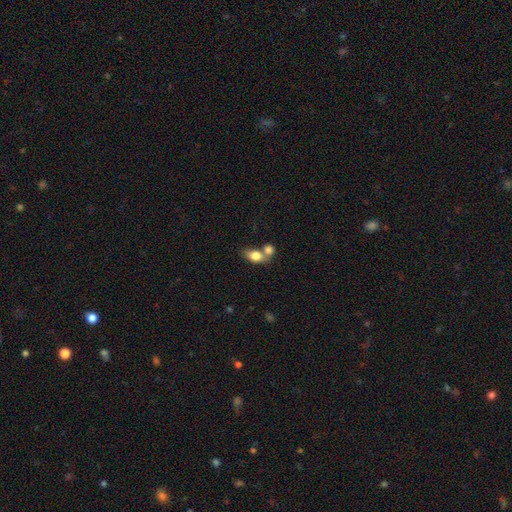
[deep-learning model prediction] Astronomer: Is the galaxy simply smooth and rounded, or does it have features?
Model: smooth — 79%.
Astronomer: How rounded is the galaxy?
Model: in between — 80%.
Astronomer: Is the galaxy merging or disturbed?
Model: merger — 51% (runner-up: none, 34%).